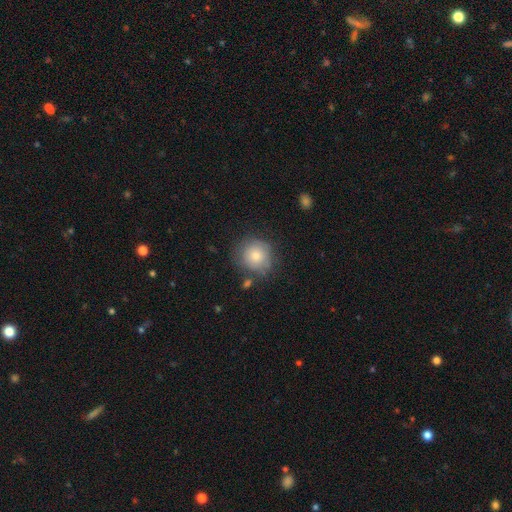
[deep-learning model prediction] Smooth or featured: smooth — 74% (featured or disk — 16%)
How rounded: round — 91% (in between — 8%)
Merging: none — 74% (minor disturbance — 17%)